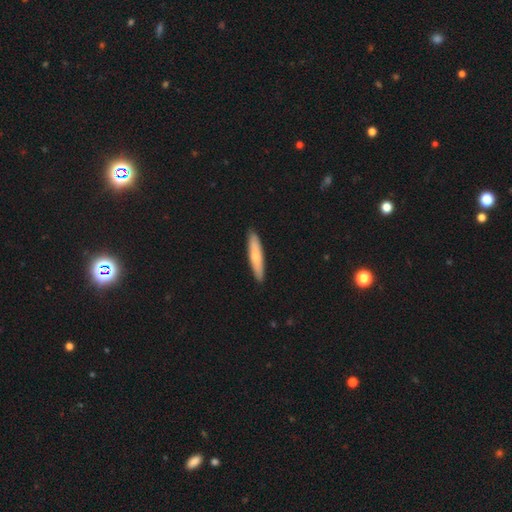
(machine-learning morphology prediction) Smooth or featured? Predicted: smooth (p=0.68). How rounded? Predicted: cigar-shaped (p=0.88). Merging? Predicted: none (p=0.91).